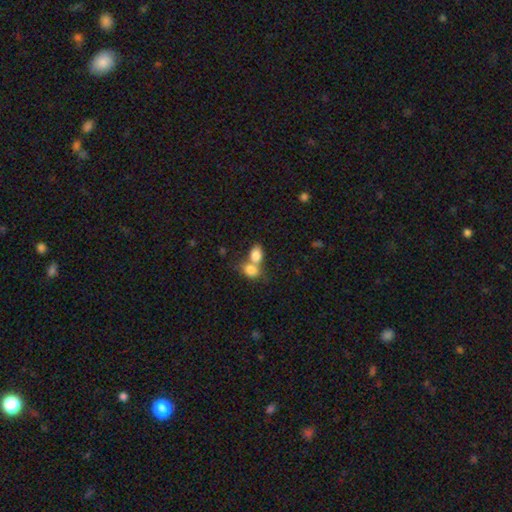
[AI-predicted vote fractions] Smooth or featured? Predicted: smooth (p=0.82). How rounded? Predicted: in between (p=0.73). Merging? Predicted: merger (p=0.66).